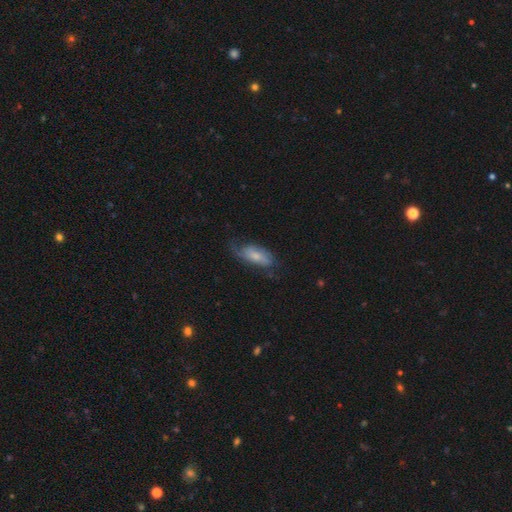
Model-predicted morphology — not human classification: This is possibly a smooth galaxy (47%). Merging: possibly none (51%).